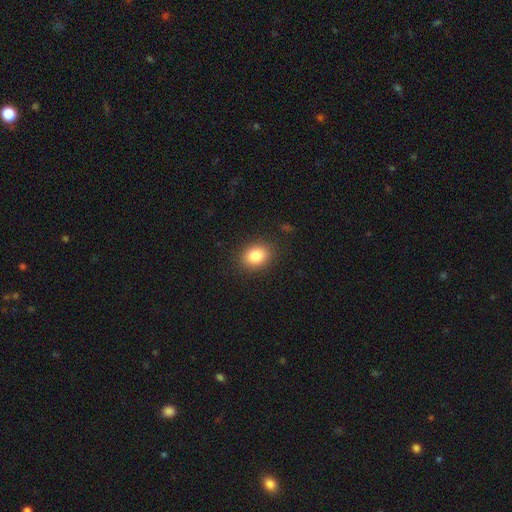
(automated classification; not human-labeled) The model was most divided on "how rounded": in between: 53%, round: 46%, cigar-shaped: 1%. More confident: merging — none (87%); smooth or featured — smooth (84%).